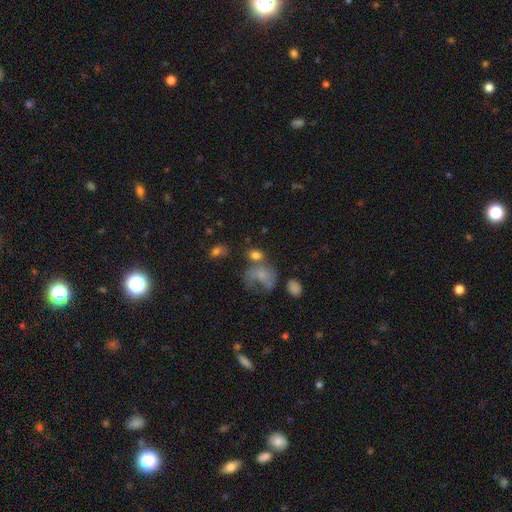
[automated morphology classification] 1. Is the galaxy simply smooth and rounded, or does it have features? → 70% smooth, 17% featured or disk, 14% star or artifact.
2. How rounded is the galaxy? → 60% in between, 38% round, 2% cigar-shaped.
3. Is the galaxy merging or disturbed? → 37% none, 29% merger, 17% major disturbance, 16% minor disturbance.